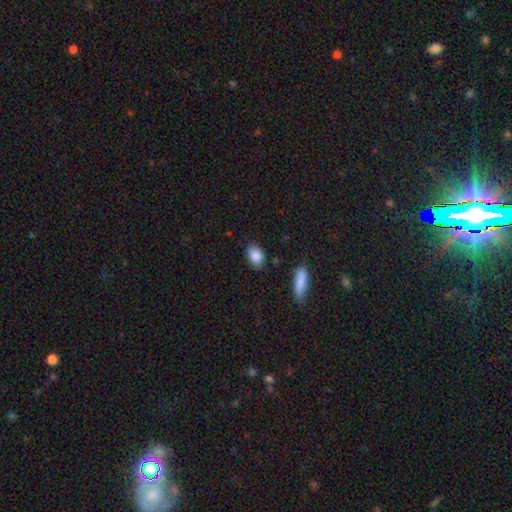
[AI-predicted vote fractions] A smooth galaxy with no disk features (88%) that is in between round and cigar-shaped (84%).

Vote fractions:
- Smooth or featured? smooth: 88% / star or artifact: 7% / featured or disk: 5%
- How rounded? in between: 84% / round: 14% / cigar-shaped: 2%
- Merging? none: 81% / minor disturbance: 13% / merger: 3% / major disturbance: 3%